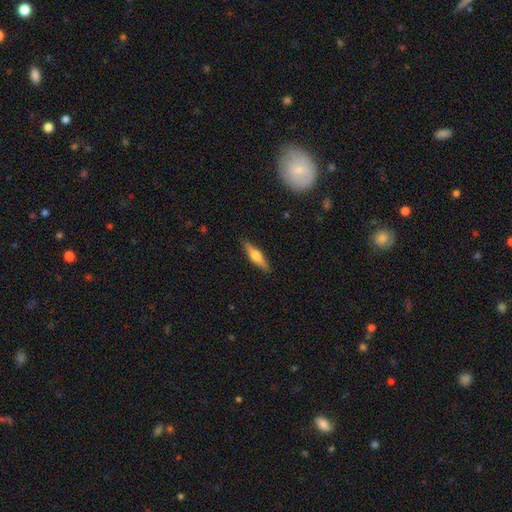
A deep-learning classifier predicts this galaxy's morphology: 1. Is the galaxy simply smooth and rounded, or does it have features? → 49% smooth, 45% featured or disk, 6% star or artifact.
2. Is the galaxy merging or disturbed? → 89% none, 8% minor disturbance, 2% major disturbance, 1% merger.